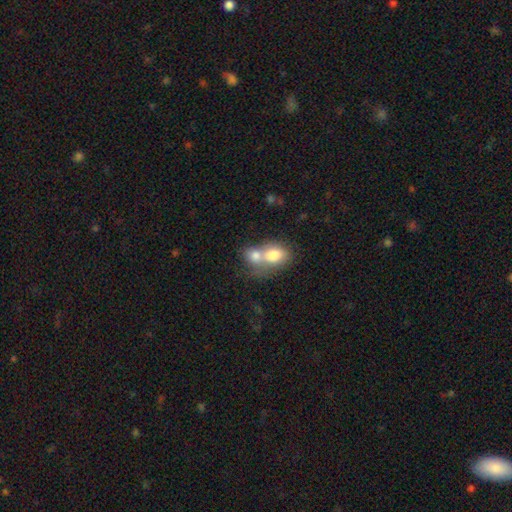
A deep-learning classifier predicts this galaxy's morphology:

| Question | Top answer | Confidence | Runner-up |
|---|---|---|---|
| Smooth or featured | smooth | 75% | featured or disk (16%) |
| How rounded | in between | 59% | round (40%) |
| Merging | merger | 73% | none (18%) |